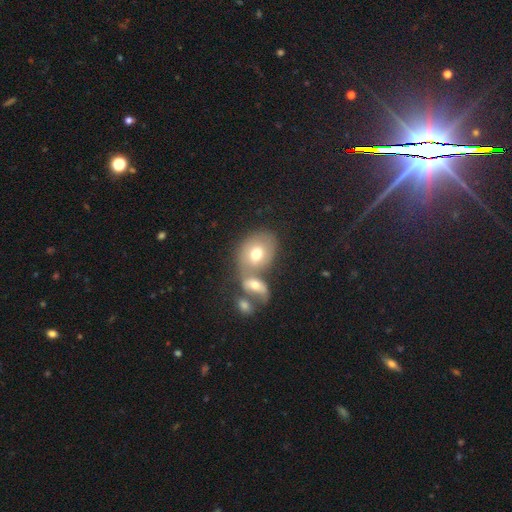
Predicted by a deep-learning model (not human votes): Smooth or featured? Predicted: smooth (p=0.41). Merging? Predicted: merger (p=0.45).